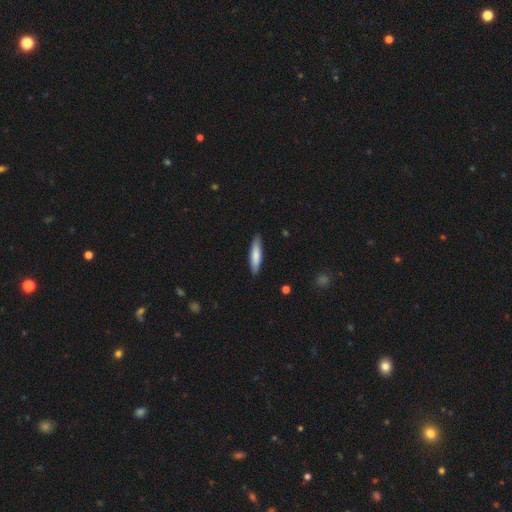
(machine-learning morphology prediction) This appears to be a smooth galaxy with no disk features (78%) that is cigar-shaped (82%). Merging: none (88%).